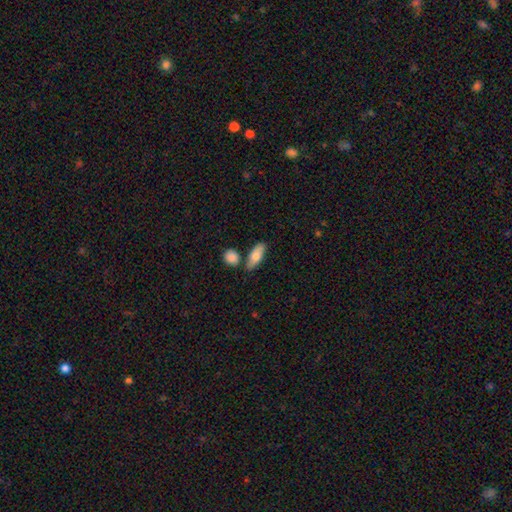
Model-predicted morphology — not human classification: Smooth or featured?
  - smooth: 77% *
  - featured or disk: 17%
  - star or artifact: 6%
How rounded?
  - in between: 72% *
  - cigar-shaped: 24%
  - round: 4%
Merging?
  - none: 71% *
  - minor disturbance: 14%
  - merger: 12%
  - major disturbance: 3%